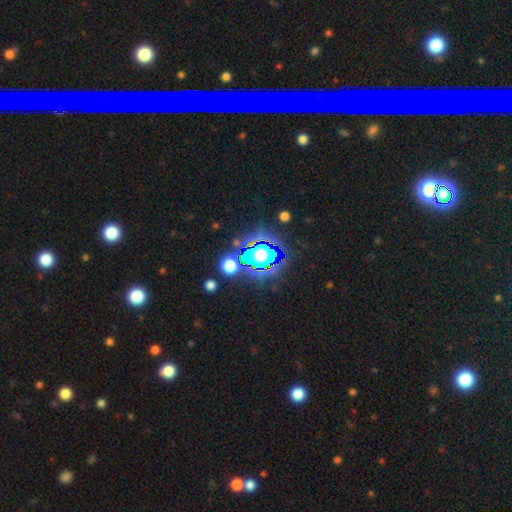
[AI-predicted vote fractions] Smooth or featured? Predicted: star or artifact (p=0.71).